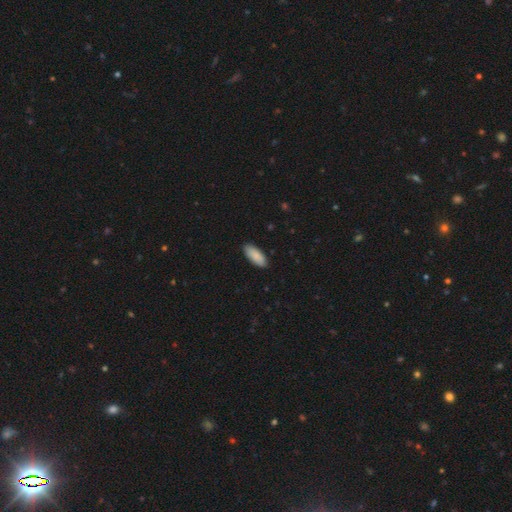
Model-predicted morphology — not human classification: A smooth galaxy with no disk features (88%) that is in between round and cigar-shaped (84%).

Vote fractions:
- Smooth or featured? smooth: 88% / featured or disk: 6% / star or artifact: 6%
- How rounded? in between: 84% / cigar-shaped: 14% / round: 2%
- Merging? none: 88% / minor disturbance: 9% / major disturbance: 2% / merger: 1%